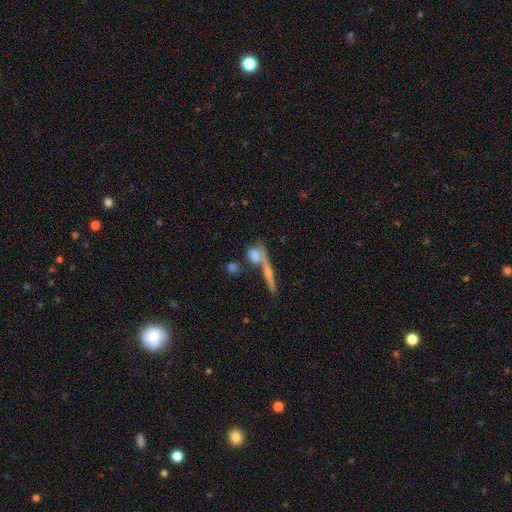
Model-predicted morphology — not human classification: This appears to be a smooth galaxy with no disk features (63%) that is round (44%). Merging: none (47%).